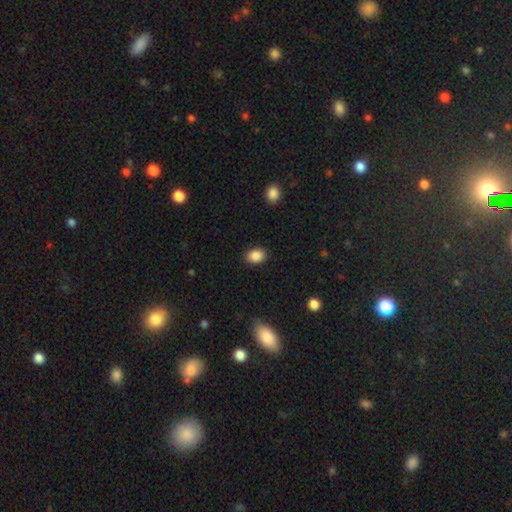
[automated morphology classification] Overall: smooth (88%). How rounded: in between (67%; round 32%). Merging: none (88%).